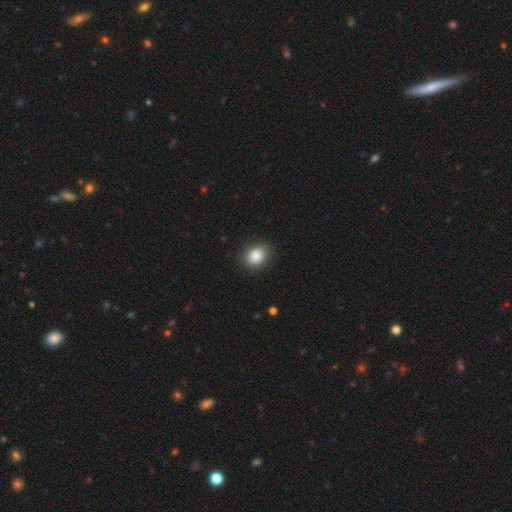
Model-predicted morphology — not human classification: This is clearly a smooth galaxy (86%). How rounded: possibly in between (55%). Merging: clearly none (84%).